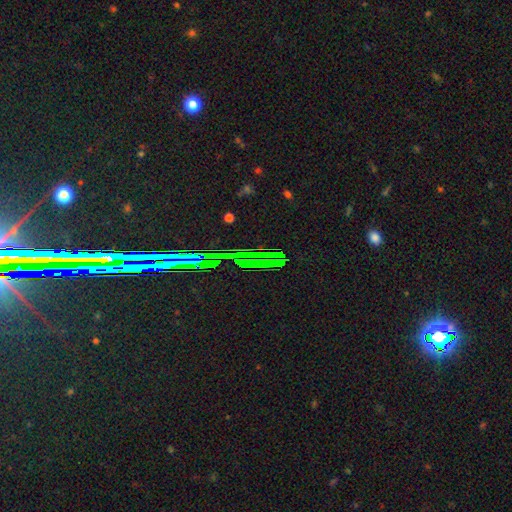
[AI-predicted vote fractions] smooth-or-featured: star or artifact: 78% | featured or disk: 12% | smooth: 10%